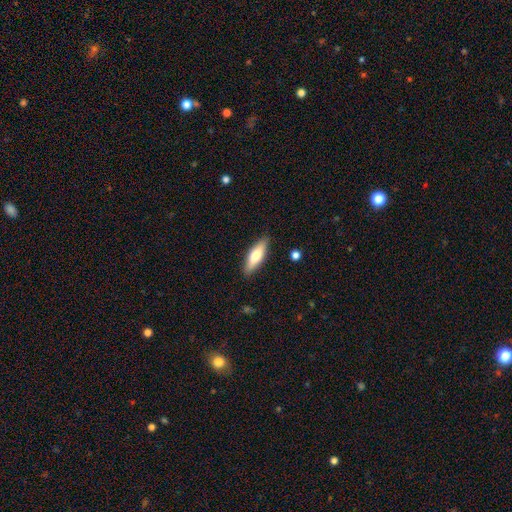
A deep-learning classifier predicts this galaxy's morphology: smooth 64%, featured or disk 30%, star or artifact 6%. Down the decision tree: how rounded — cigar-shaped (51%); merging — none (87%).